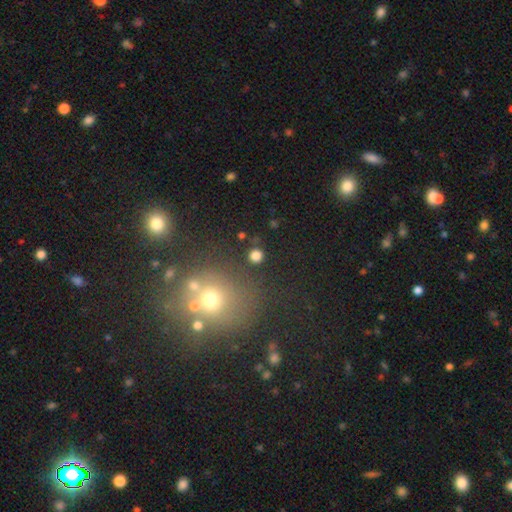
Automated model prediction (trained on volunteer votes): Smooth or featured: smooth — 79% (star or artifact — 16%)
How rounded: round — 92% (in between — 7%)
Merging: none — 88% (minor disturbance — 5%)